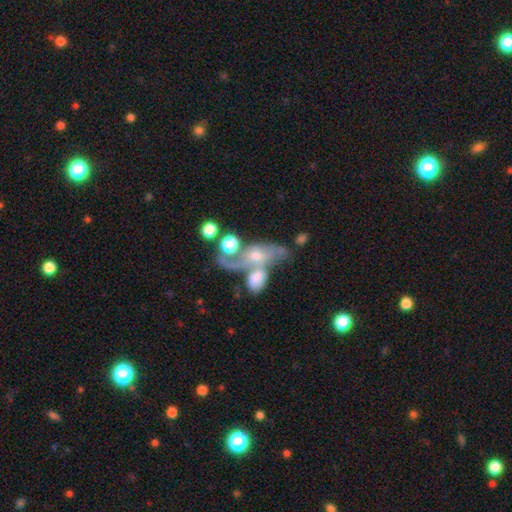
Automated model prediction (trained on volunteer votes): Morphology: type=featured or disk (64%); edge-on=no (89%); bar=no (68%); spiral arms=yes (70%); bulge=moderate (50%); merging=merger (52%).